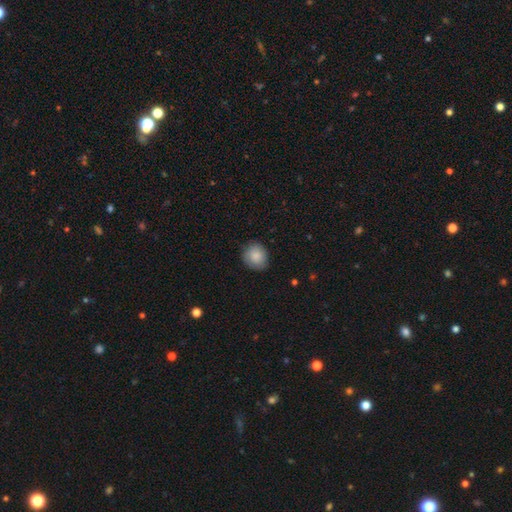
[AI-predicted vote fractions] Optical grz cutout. It shows a smooth galaxy with no disk features (86%) that is round (78%). Merging: none (83%).